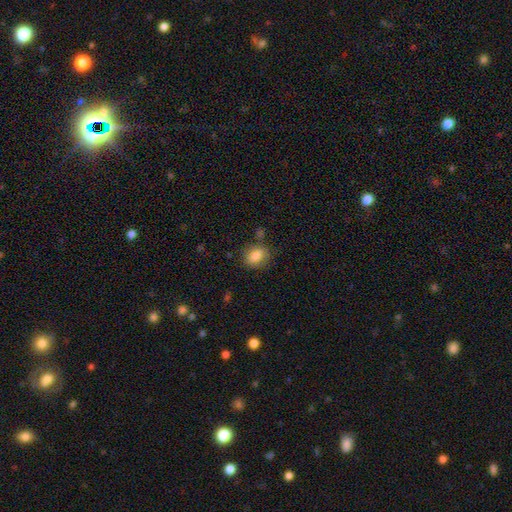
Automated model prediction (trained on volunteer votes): Smooth or featured? Predicted: smooth (p=0.82). How rounded? Predicted: in between (p=0.56). Merging? Predicted: none (p=0.76).